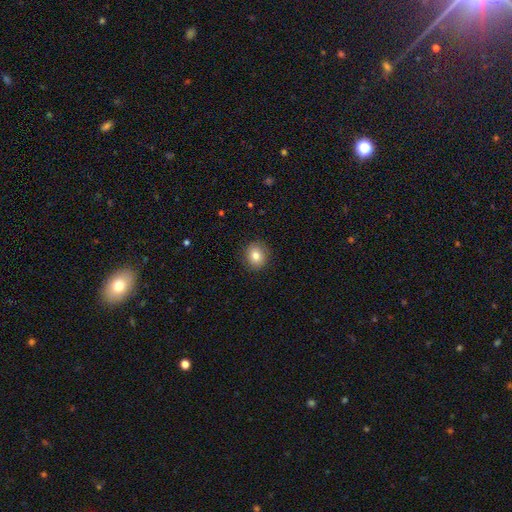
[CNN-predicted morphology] type=smooth (81%); roundness=round (74%); merging=none (87%).